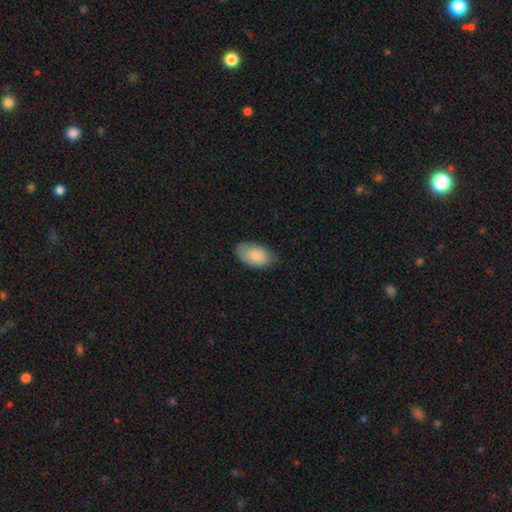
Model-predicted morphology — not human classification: smooth_or_featured: smooth (p=0.83) [alt: featured or disk p=0.11]
how_rounded: in between (p=0.95) [alt: round p=0.04]
merging: none (p=0.78) [alt: minor disturbance p=0.18]